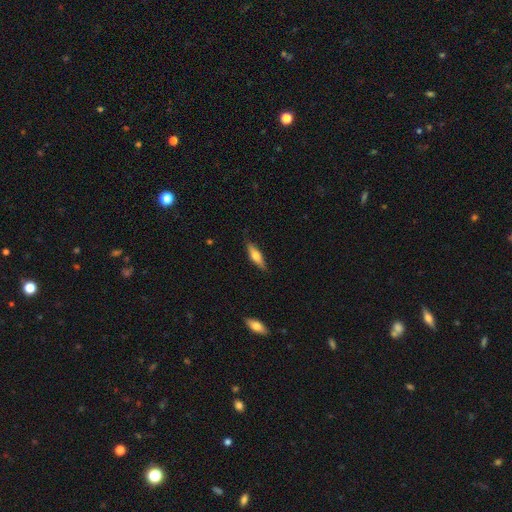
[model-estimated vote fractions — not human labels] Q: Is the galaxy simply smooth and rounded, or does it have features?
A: smooth — 52%.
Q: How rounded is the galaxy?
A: cigar-shaped — 63%.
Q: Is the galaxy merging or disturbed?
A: none — 85%.